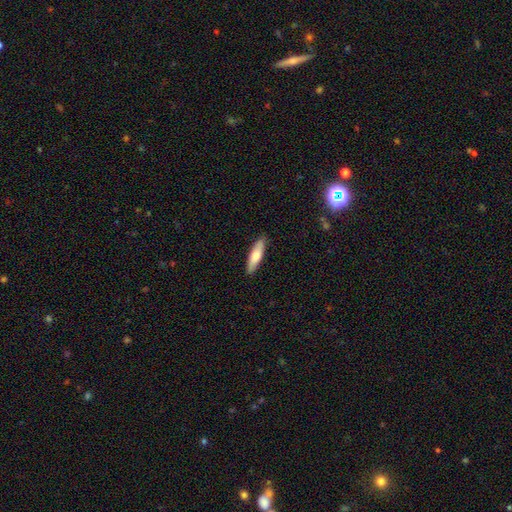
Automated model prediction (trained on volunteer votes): Smooth or featured?
  - smooth: 65% *
  - featured or disk: 30%
  - star or artifact: 5%
How rounded?
  - cigar-shaped: 68% *
  - in between: 31%
  - round: 2%
Merging?
  - none: 89% *
  - minor disturbance: 8%
  - major disturbance: 2%
  - merger: 1%